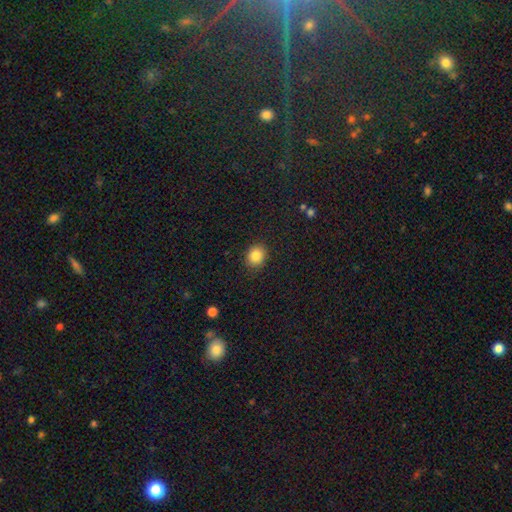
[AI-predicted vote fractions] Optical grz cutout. It shows a smooth galaxy with no disk features (85%) that is round (66%). Merging: none (89%).